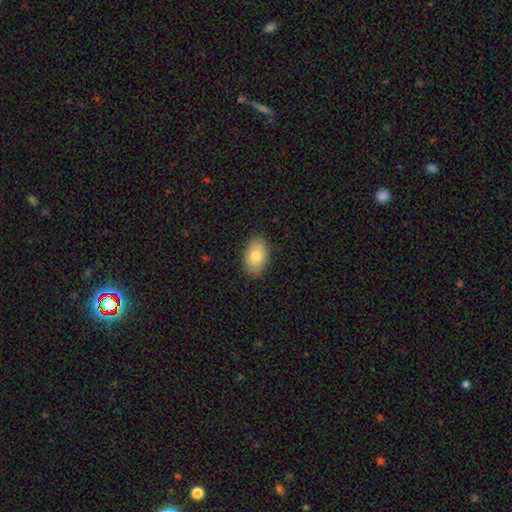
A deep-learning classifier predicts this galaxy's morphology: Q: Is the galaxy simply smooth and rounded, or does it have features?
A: smooth — 78%.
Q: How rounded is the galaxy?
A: in between — 90%.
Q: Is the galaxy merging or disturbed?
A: none — 87%.